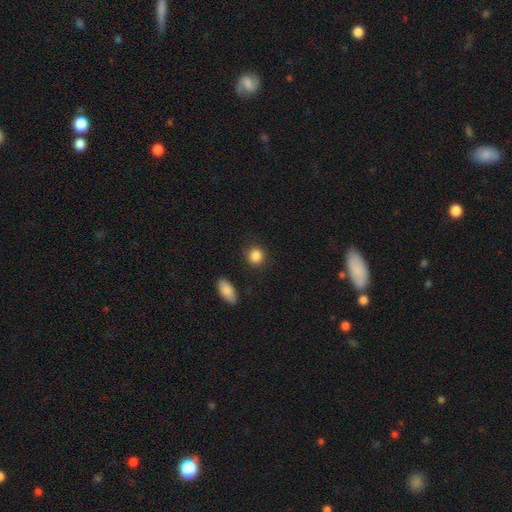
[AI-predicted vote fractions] smooth-or-featured: smooth: 87% | star or artifact: 9% | featured or disk: 4%
  how-rounded: round: 84% | in between: 15% | cigar-shaped: 1%
  merging: none: 86% | minor disturbance: 9% | major disturbance: 3% | merger: 2%